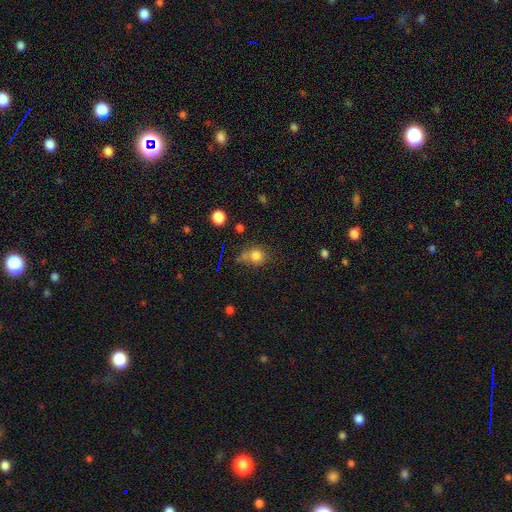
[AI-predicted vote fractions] The model was most divided on "merging": none: 56%, merger: 22%, minor disturbance: 15%, major disturbance: 7%. More confident: smooth or featured — smooth (79%); how rounded — round (78%).